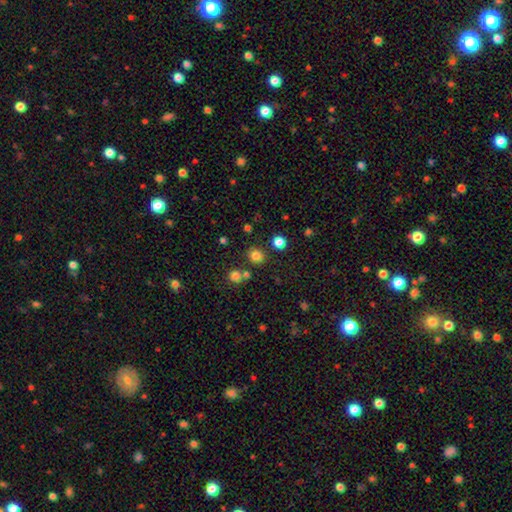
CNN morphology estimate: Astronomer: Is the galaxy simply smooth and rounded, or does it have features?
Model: smooth — 79%.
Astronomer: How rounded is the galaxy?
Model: round — 81%.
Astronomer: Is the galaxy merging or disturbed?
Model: none — 80%.